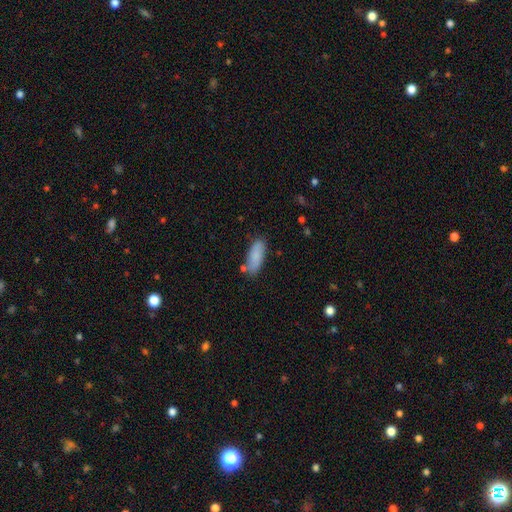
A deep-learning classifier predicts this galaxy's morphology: Q: Smooth or featured?
A: smooth (85%); runner-up: featured or disk (8%)
Q: How rounded?
A: in between (66%); runner-up: cigar-shaped (32%)
Q: Merging?
A: none (76%); runner-up: minor disturbance (15%)